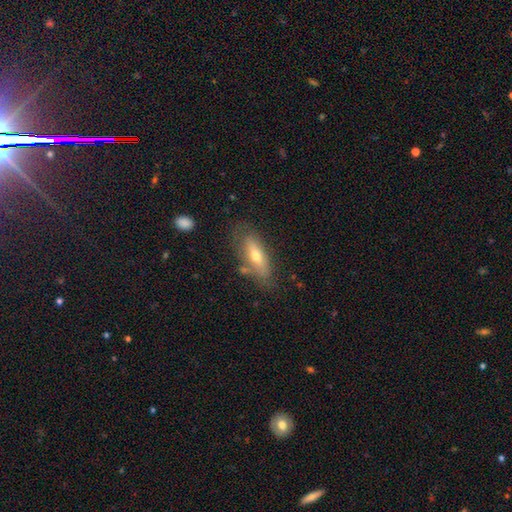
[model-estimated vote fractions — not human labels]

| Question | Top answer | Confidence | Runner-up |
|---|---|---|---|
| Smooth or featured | smooth | 54% | featured or disk (39%) |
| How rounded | in between | 57% | cigar-shaped (40%) |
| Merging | none | 71% | minor disturbance (18%) |